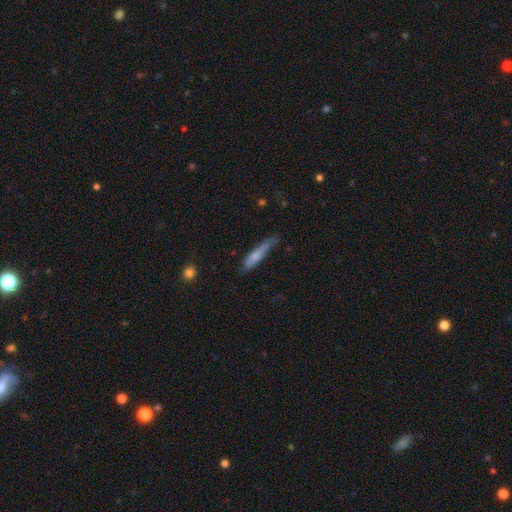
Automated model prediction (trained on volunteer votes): Smooth or featured? Predicted: smooth (p=0.64). How rounded? Predicted: cigar-shaped (p=0.85). Merging? Predicted: none (p=0.55).